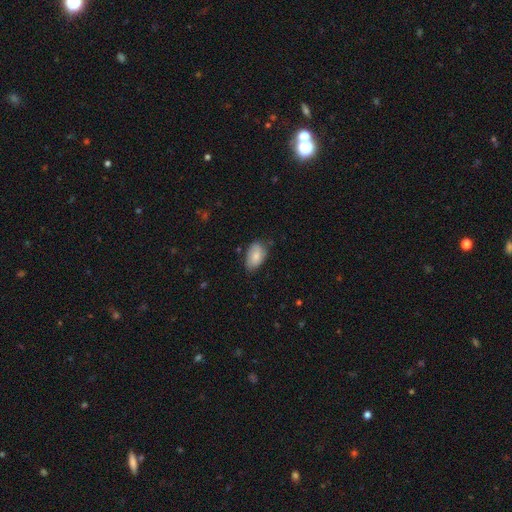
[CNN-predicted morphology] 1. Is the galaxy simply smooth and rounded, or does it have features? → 79% smooth, 14% featured or disk, 7% star or artifact.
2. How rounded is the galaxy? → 92% in between, 6% round, 1% cigar-shaped.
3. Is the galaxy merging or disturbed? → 68% none, 26% minor disturbance, 4% major disturbance, 2% merger.